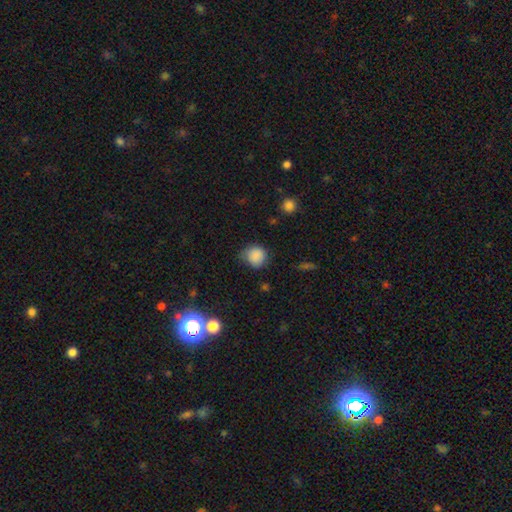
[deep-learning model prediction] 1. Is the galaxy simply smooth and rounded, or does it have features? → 84% smooth, 10% star or artifact, 6% featured or disk.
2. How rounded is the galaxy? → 84% round, 15% in between, 1% cigar-shaped.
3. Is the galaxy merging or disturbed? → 64% none, 27% minor disturbance, 7% major disturbance, 2% merger.